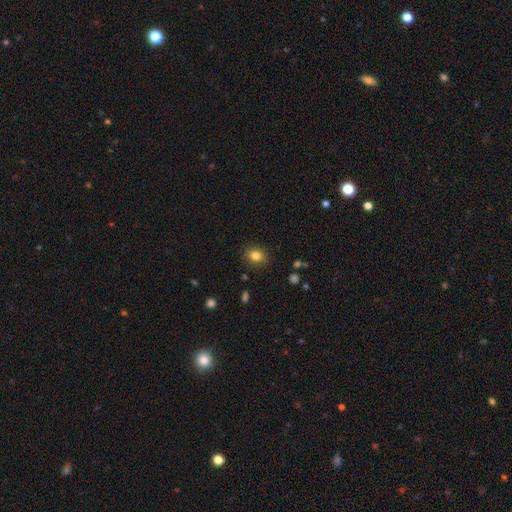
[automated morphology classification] smooth 83%, star or artifact 11%, featured or disk 7%. Down the decision tree: how rounded — round (54%); merging — none (87%).